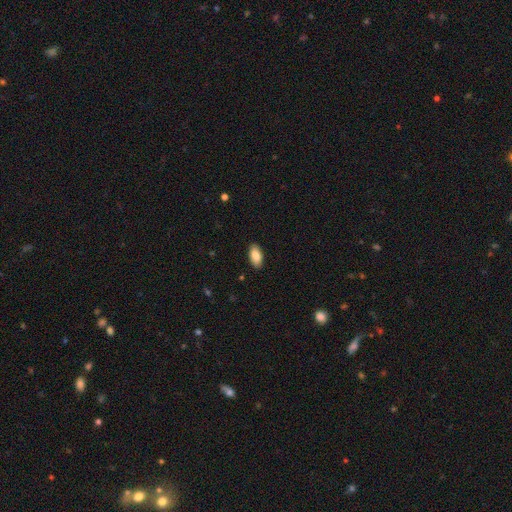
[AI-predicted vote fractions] Overall: smooth (86%). How rounded: in between (93%). Merging: none (88%).